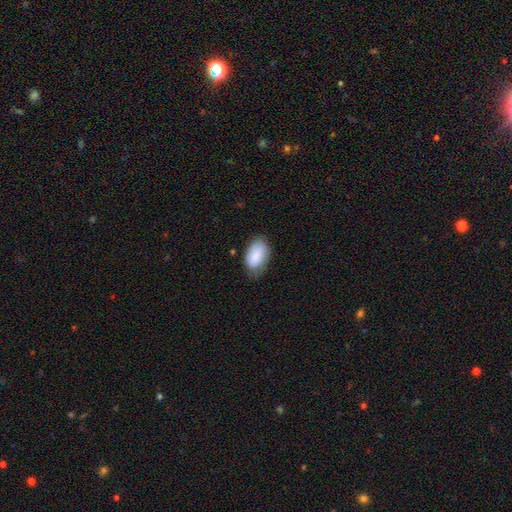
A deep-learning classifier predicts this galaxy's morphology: Smooth or featured? smooth (85%)
How rounded? in between (94%)
Merging? none (64%)